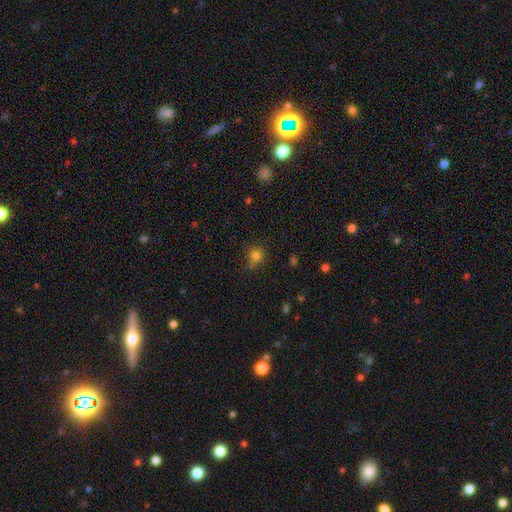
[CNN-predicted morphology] smooth 79%, star or artifact 15%, featured or disk 6%. Down the decision tree: how rounded — round (87%); merging — none (74%).